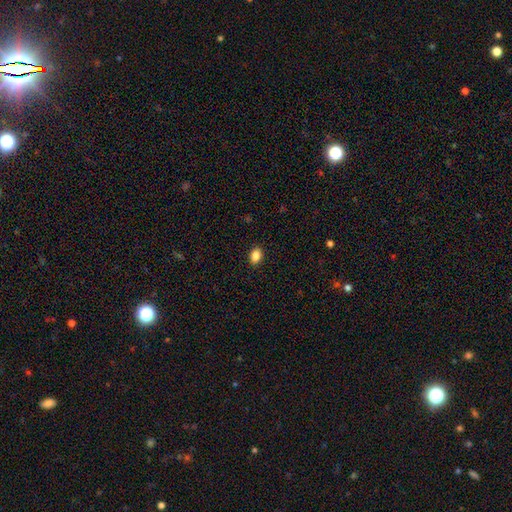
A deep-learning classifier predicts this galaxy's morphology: smooth 87%, star or artifact 9%, featured or disk 4%. Down the decision tree: how rounded — in between (83%); merging — none (90%).